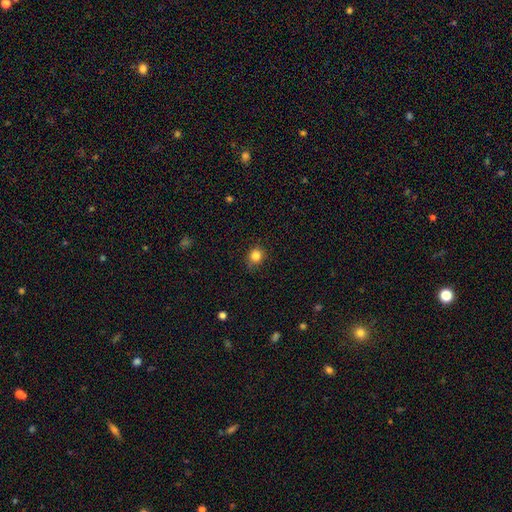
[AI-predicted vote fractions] Smooth or featured? smooth (83%)
How rounded? round (82%)
Merging? none (83%)